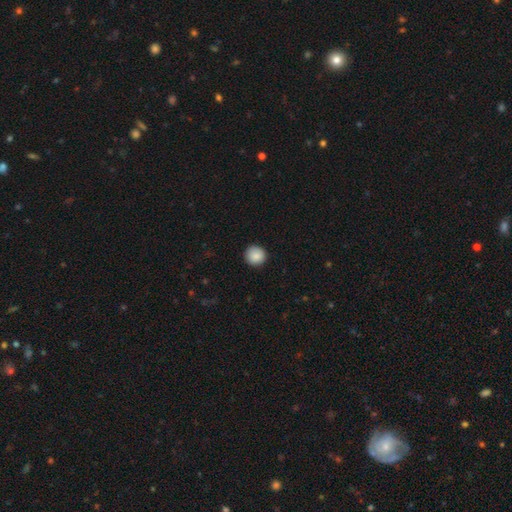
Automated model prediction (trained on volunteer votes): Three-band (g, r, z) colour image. It shows a smooth galaxy with no disk features (89%) that is round (94%). Merging: none (91%).